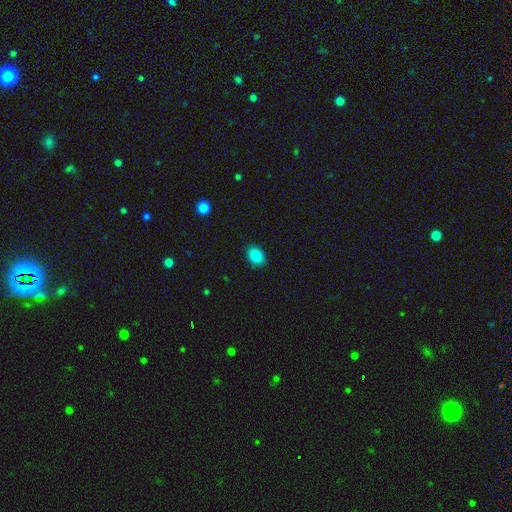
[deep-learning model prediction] A smooth galaxy with no disk features (86%) that is in between round and cigar-shaped (74%).

Vote fractions:
- Smooth or featured? smooth: 86% / star or artifact: 9% / featured or disk: 5%
- How rounded? in between: 74% / round: 25% / cigar-shaped: 1%
- Merging? none: 88% / minor disturbance: 9% / major disturbance: 2% / merger: 1%